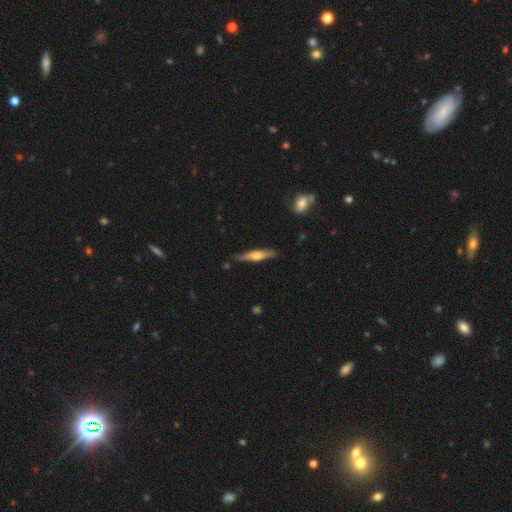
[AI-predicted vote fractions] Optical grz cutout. It shows a featured or disk galaxy (58%) viewed edge-on (95%) with a rounded central bulge (84%). Merging: none (85%).